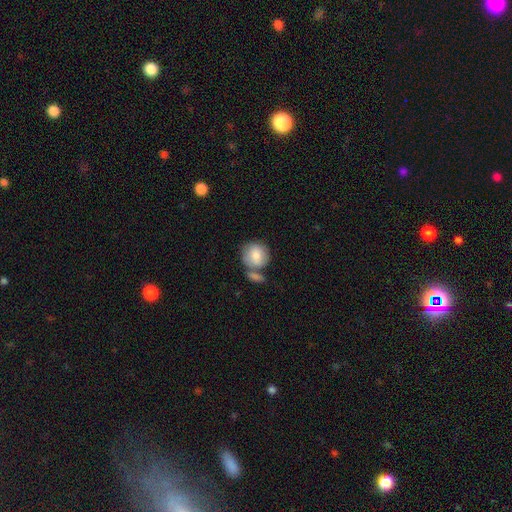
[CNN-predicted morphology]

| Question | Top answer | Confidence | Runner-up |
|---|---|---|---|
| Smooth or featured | smooth | 81% | featured or disk (13%) |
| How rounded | round | 85% | in between (14%) |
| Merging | none | 48% | merger (32%) |